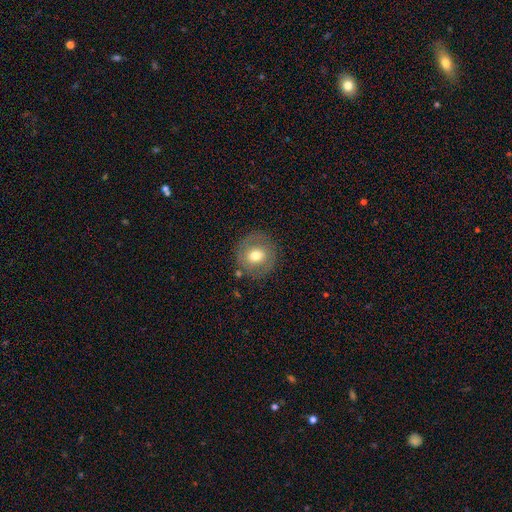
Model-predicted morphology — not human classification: type=smooth (62%); roundness=round (88%); merging=none (82%).